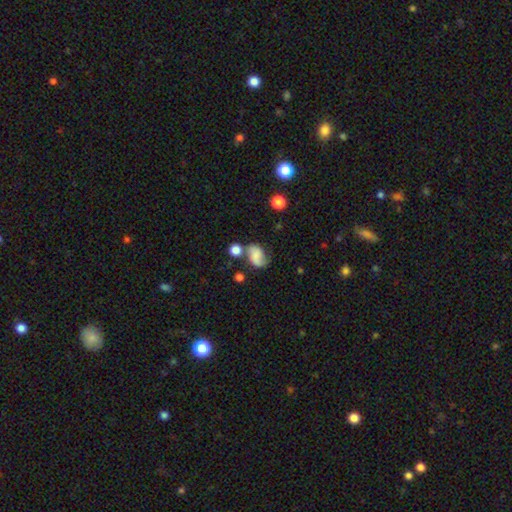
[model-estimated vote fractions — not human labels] smooth 49%, featured or disk 39%, star or artifact 11%. Down the decision tree: merging — none (41%).